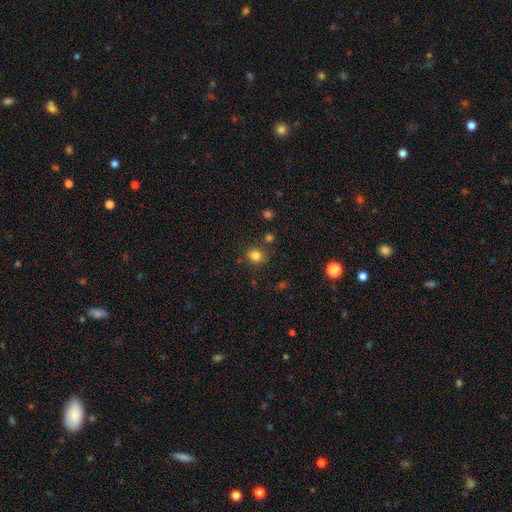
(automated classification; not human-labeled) Smooth or featured? smooth (80%)
How rounded? round (74%)
Merging? none (76%)